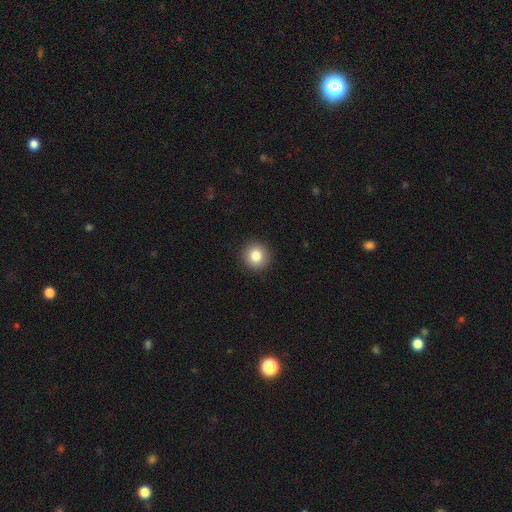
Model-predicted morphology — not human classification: Smooth or featured: smooth — 84% (star or artifact — 10%)
How rounded: round — 93% (in between — 6%)
Merging: none — 92% (minor disturbance — 5%)